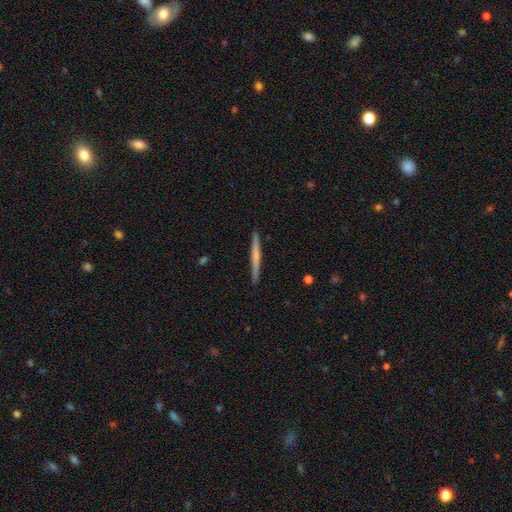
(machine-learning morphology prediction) Smooth or featured? featured or disk (47%, tied with smooth)
Merging? none (92%)